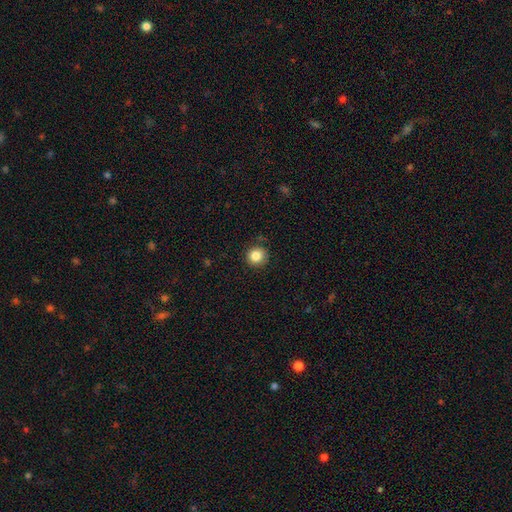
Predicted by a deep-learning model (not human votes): A smooth galaxy with no disk features (84%) that is round (93%). Merging: none (88%).